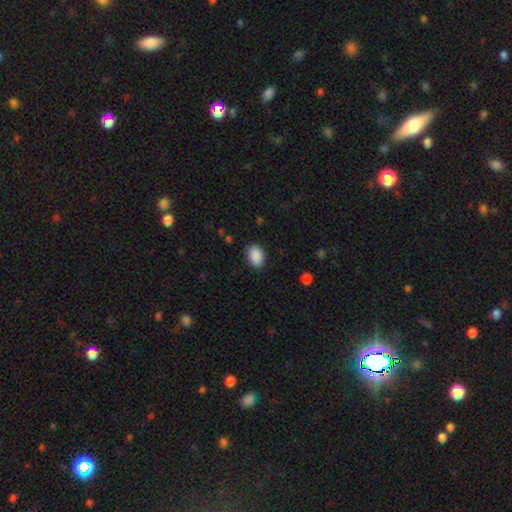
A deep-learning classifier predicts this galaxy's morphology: A smooth galaxy with no disk features (90%) that is in between round and cigar-shaped (80%). Merging: none (87%).